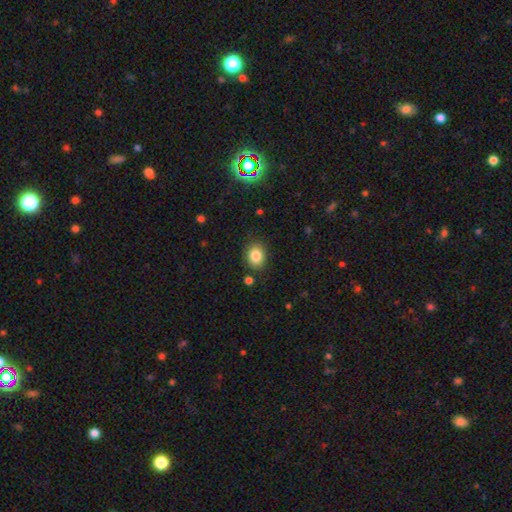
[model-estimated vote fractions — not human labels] Overall: smooth (84%). How rounded: round (50%; in between 49%). Merging: none (84%).